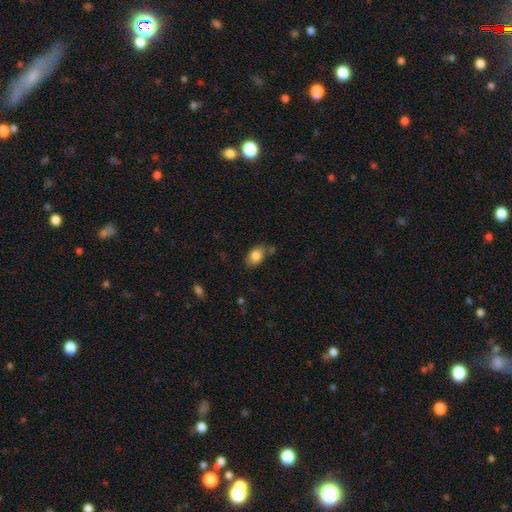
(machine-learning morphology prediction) smooth_or_featured: smooth (p=0.83) [alt: featured or disk p=0.10]
how_rounded: in between (p=0.85) [alt: round p=0.14]
merging: none (p=0.70) [alt: minor disturbance p=0.19]